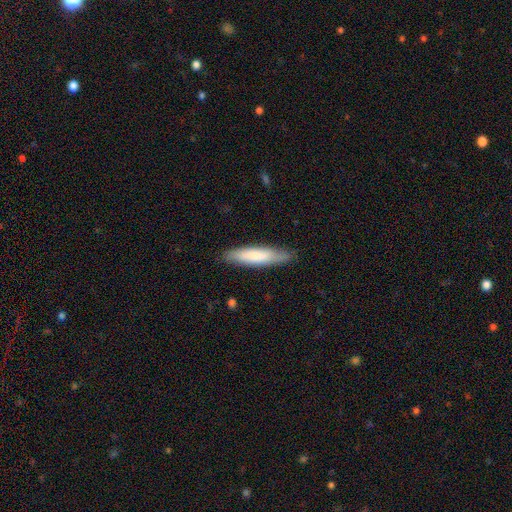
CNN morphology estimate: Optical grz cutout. It shows a smooth galaxy with no disk features (75%) that is cigar-shaped (79%). Merging: none (83%).